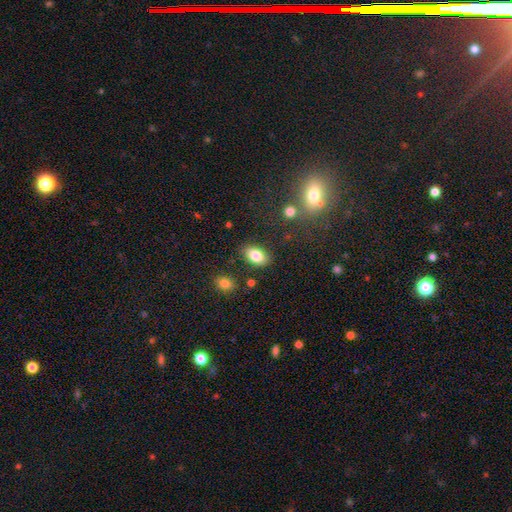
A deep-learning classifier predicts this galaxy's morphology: Q: Smooth or featured?
A: smooth (82%); runner-up: featured or disk (9%)
Q: How rounded?
A: in between (90%); runner-up: round (8%)
Q: Merging?
A: none (84%); runner-up: minor disturbance (11%)